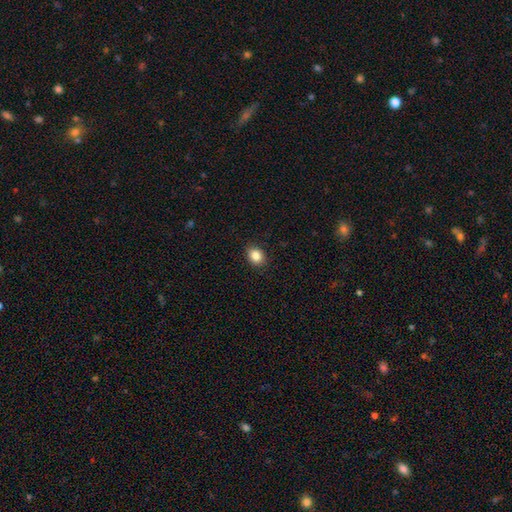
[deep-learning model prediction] The model was most divided on "how rounded": round: 50%, in between: 49%, cigar-shaped: 1%. More confident: merging — none (90%); smooth or featured — smooth (85%).